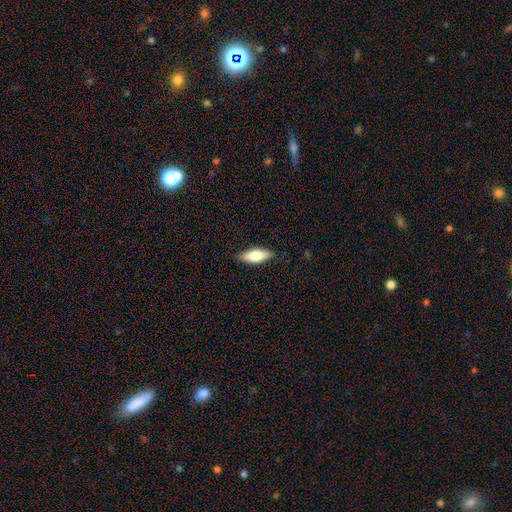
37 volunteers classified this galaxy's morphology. Smooth or featured? smooth (70%)
How rounded? in between (85%)
Merging? none (91%)